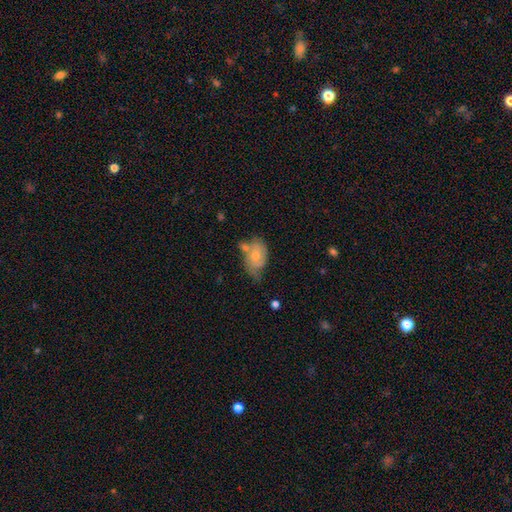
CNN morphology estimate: Smooth or featured: smooth — 48% (featured or disk — 46%)
Merging: minor disturbance — 33% (none — 31%)